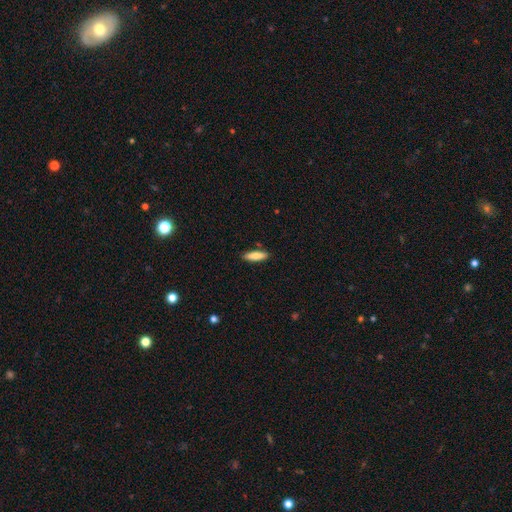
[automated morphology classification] Q: Smooth or featured?
A: smooth (84%); runner-up: featured or disk (10%)
Q: How rounded?
A: cigar-shaped (58%); runner-up: in between (40%)
Q: Merging?
A: none (86%); runner-up: minor disturbance (10%)